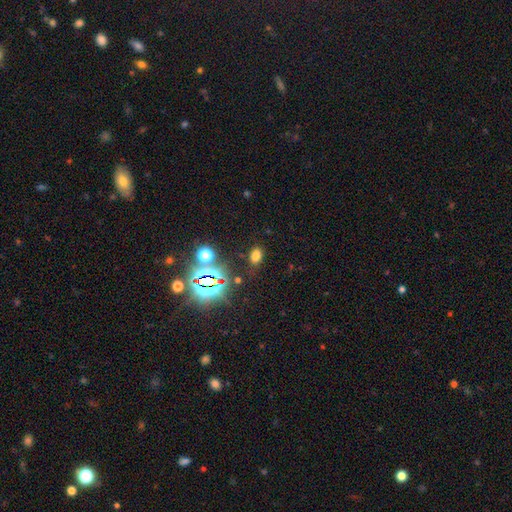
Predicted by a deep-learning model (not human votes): This is likely a smooth galaxy (66%). How rounded: clearly in between (83%). Merging: clearly none (82%).